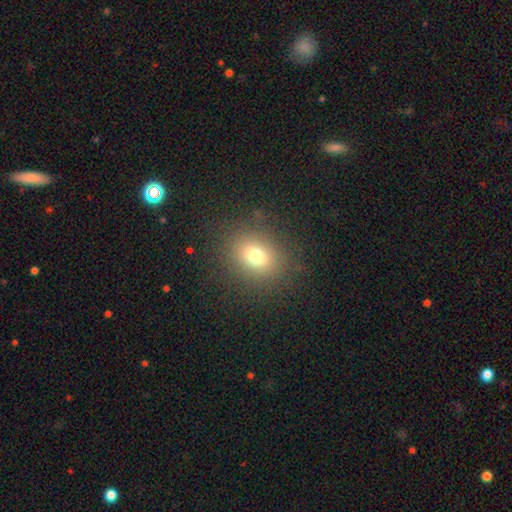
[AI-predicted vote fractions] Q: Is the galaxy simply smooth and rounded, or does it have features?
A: smooth — 73%.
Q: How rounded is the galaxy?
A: round — 57%.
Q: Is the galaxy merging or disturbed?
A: none — 86%.